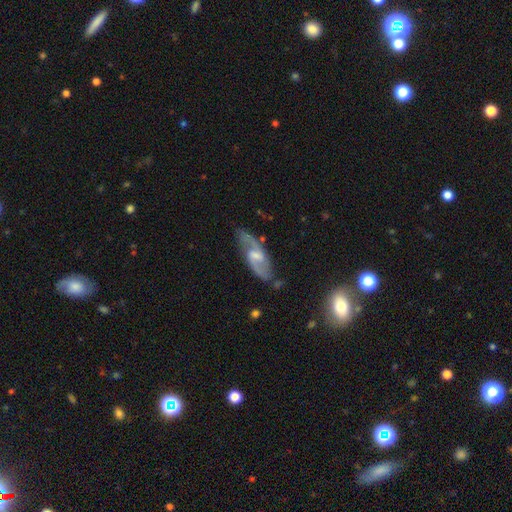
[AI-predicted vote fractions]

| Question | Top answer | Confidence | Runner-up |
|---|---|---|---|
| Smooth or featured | featured or disk | 81% | smooth (13%) |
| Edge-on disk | no | 90% | yes (10%) |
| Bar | weak | 58% | no (23%) |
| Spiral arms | yes | 93% | no (7%) |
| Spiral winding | medium | 50% | loose (35%) |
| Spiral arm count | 2 | 88% | can't tell (7%) |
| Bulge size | moderate | 45% | small (40%) |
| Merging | none | 74% | minor disturbance (18%) |